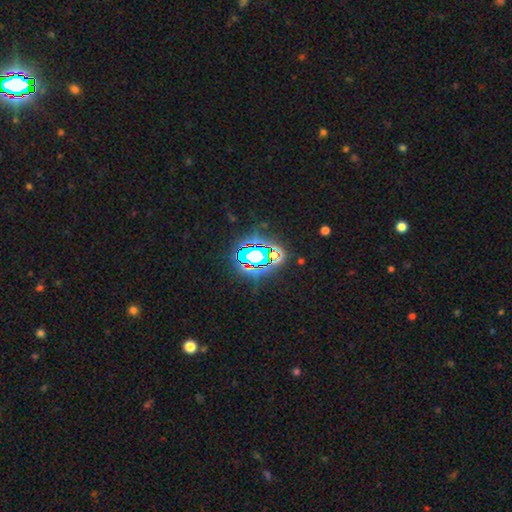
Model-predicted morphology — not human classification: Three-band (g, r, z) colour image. It shows a star or artifact, not a galaxy (70%).